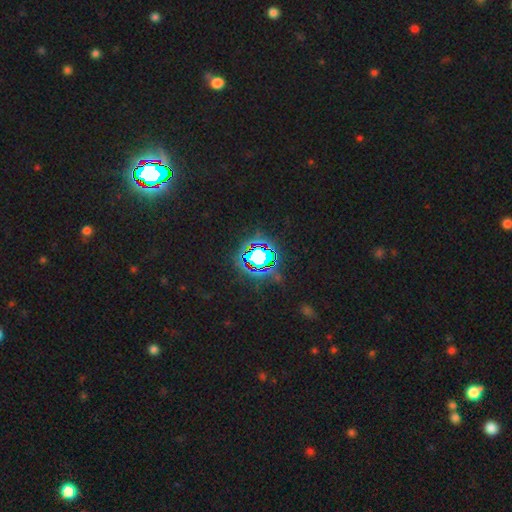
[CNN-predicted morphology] Smooth or featured? star or artifact (78%)